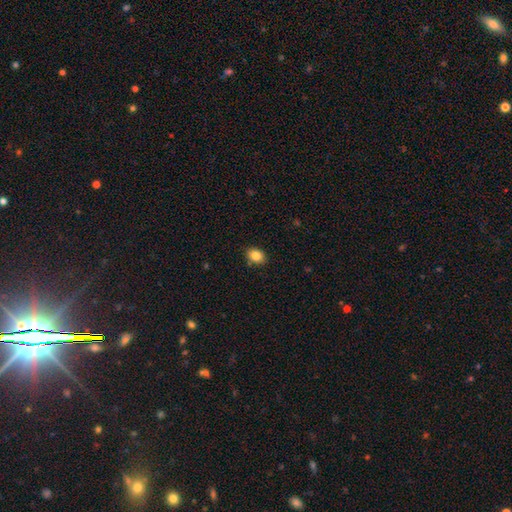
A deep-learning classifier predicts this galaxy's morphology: This appears to be a smooth galaxy with no disk features (85%) that is in between round and cigar-shaped (69%). Merging: none (87%).